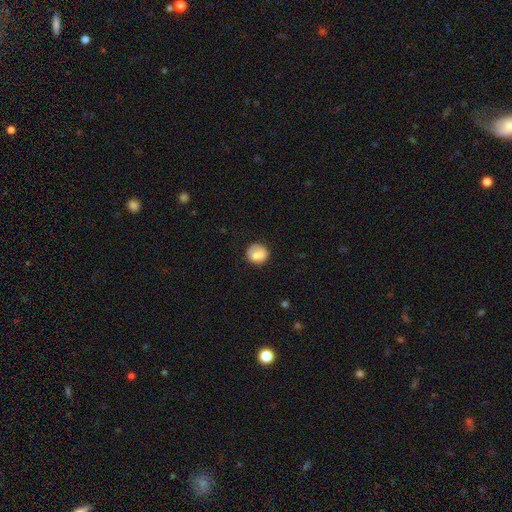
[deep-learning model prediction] Smooth or featured?
  - smooth: 77% *
  - featured or disk: 15%
  - star or artifact: 8%
How rounded?
  - round: 84% *
  - in between: 15%
  - cigar-shaped: 1%
Merging?
  - none: 73% *
  - minor disturbance: 19%
  - major disturbance: 6%
  - merger: 2%